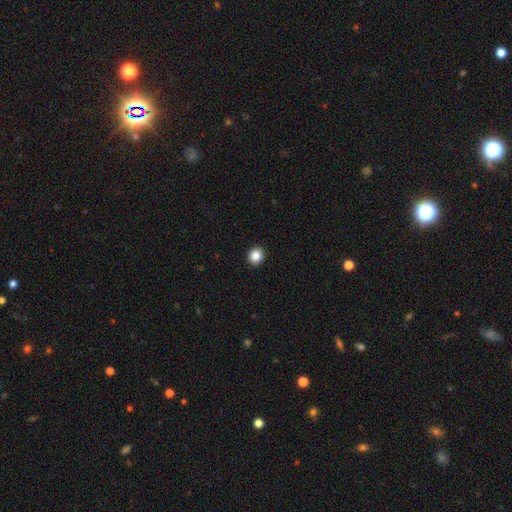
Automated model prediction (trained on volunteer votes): Smooth or featured: smooth — 86% (star or artifact — 10%)
How rounded: round — 82% (in between — 17%)
Merging: none — 93% (minor disturbance — 4%)